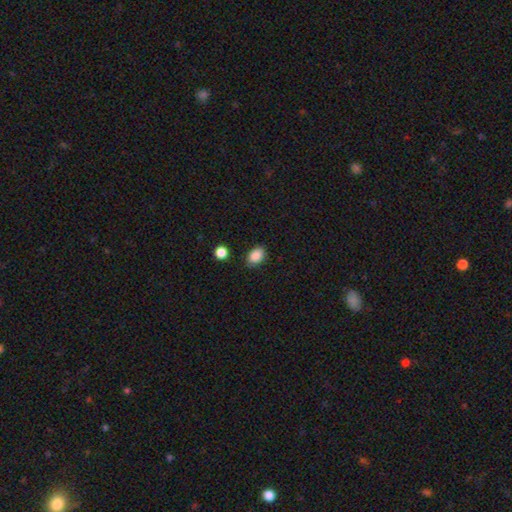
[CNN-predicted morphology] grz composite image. It shows a smooth galaxy with no disk features (87%) that is in between round and cigar-shaped (82%). Merging: none (82%).